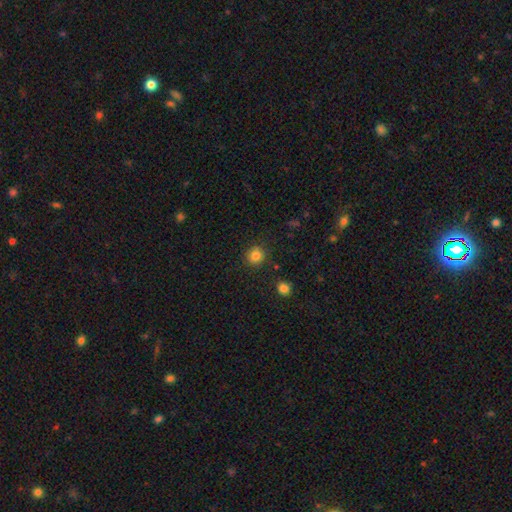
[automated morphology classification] This is clearly a smooth galaxy (83%). How rounded: clearly round (90%). Merging: clearly none (88%).